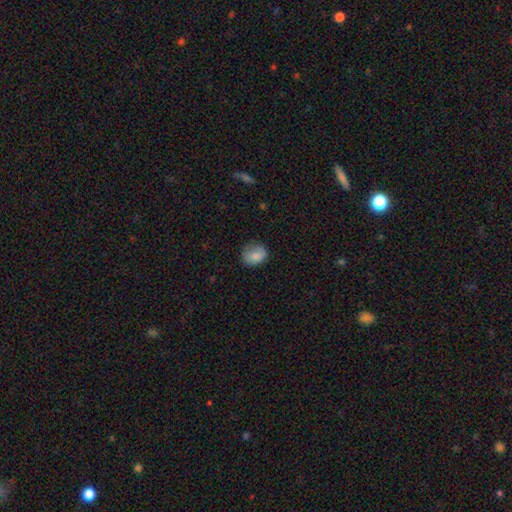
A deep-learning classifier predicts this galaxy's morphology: Overall: smooth (83%). How rounded: in between (53%; round 46%). Merging: none (66%).